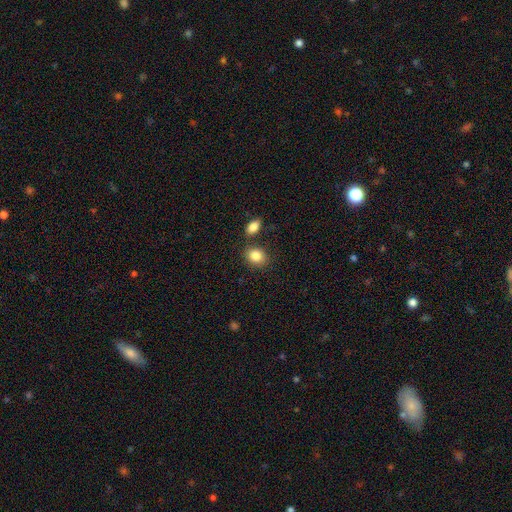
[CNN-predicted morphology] The model was most divided on "how rounded": in between: 50%, round: 48%, cigar-shaped: 1%. More confident: smooth or featured — smooth (85%); merging — none (73%).